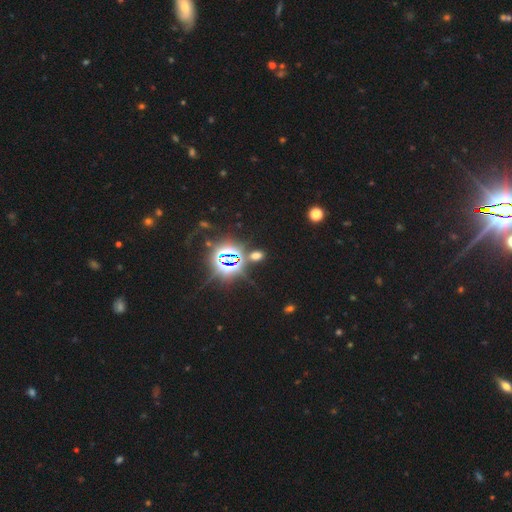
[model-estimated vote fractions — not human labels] A star or artifact, not a galaxy (53%).